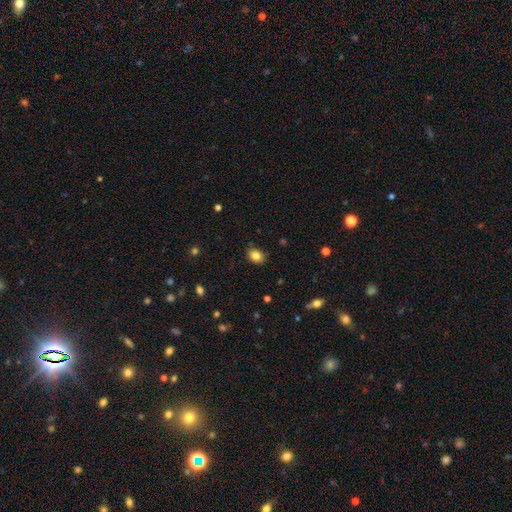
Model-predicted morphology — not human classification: smooth-or-featured: smooth: 84% | star or artifact: 10% | featured or disk: 7%
  how-rounded: in between: 68% | round: 31% | cigar-shaped: 1%
  merging: none: 85% | minor disturbance: 11% | major disturbance: 2% | merger: 1%